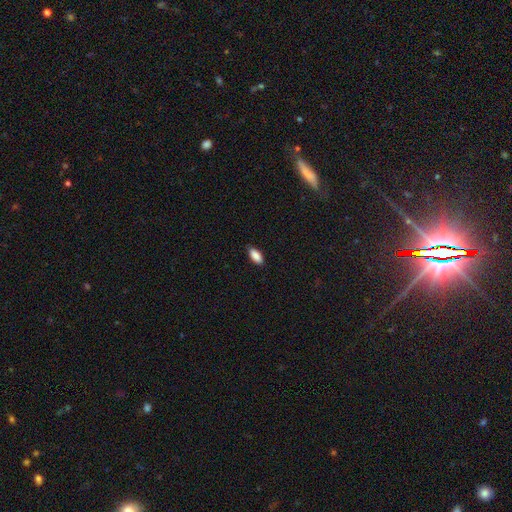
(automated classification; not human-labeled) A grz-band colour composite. It shows a smooth galaxy with no disk features (88%) that is in between round and cigar-shaped (86%). Merging: none (85%).